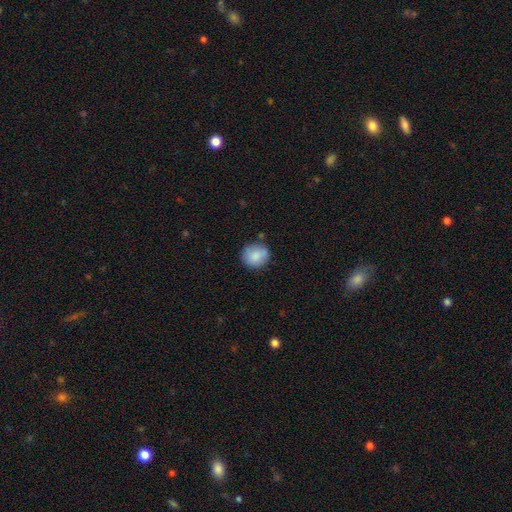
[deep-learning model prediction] smooth_or_featured: smooth (p=0.85) [alt: featured or disk p=0.08]
how_rounded: round (p=0.82) [alt: in between p=0.17]
merging: none (p=0.77) [alt: minor disturbance p=0.16]